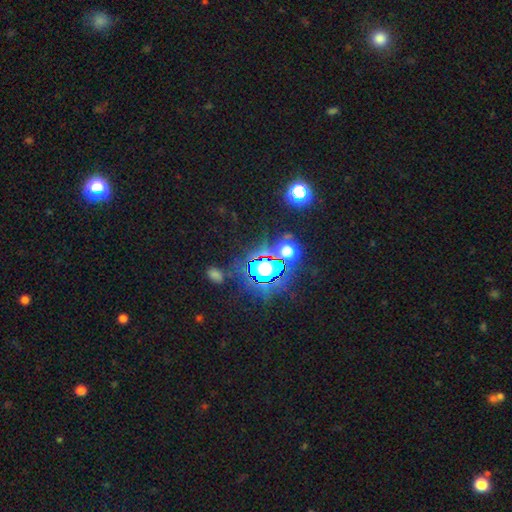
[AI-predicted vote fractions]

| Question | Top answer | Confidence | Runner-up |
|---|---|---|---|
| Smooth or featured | star or artifact | 75% | smooth (16%) |